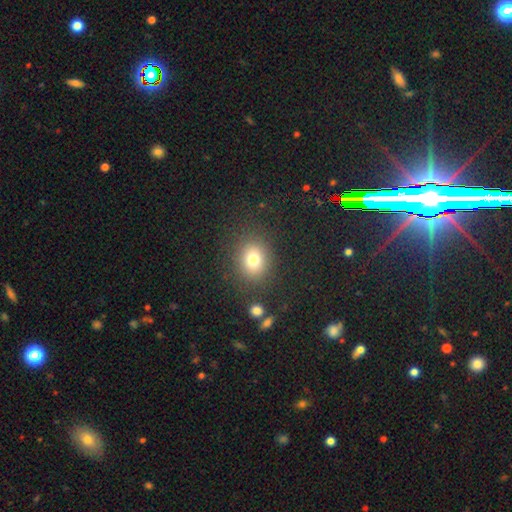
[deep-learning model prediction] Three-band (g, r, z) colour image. It shows a smooth galaxy with no disk features (47%). Merging: none (86%).